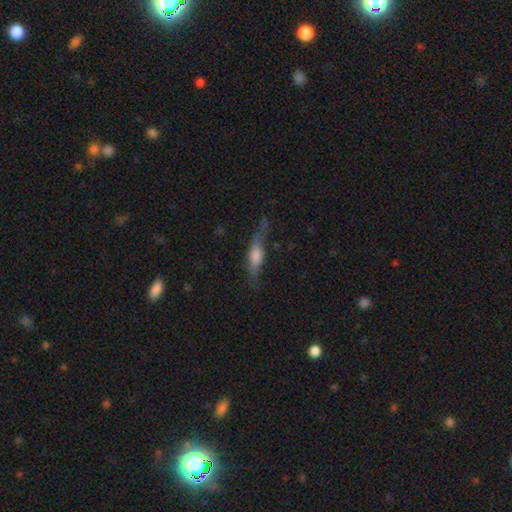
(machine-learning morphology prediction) Smooth or featured? Predicted: featured or disk (p=0.50). Merging? Predicted: none (p=0.63).